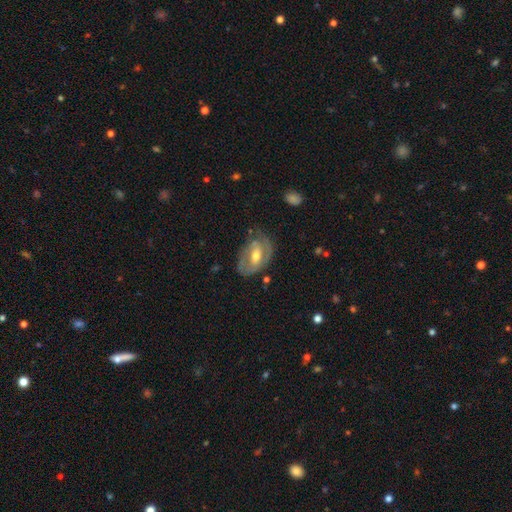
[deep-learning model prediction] Overall: featured or disk (71%). Edge-on disk: no (94%). Bar: weak (43%; no 37%). Spiral arms: yes (69%; no 31%). Bulge size: moderate (68%). Merging: none (56%; minor disturbance 27%).